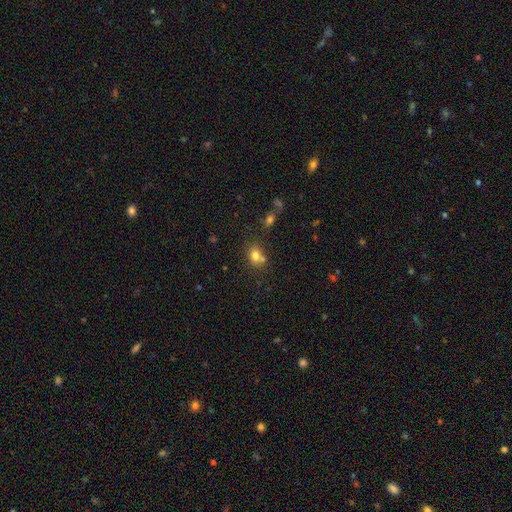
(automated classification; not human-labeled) A smooth galaxy with no disk features (78%) that is round (54%).

Vote fractions:
- Smooth or featured? smooth: 78% / star or artifact: 13% / featured or disk: 9%
- How rounded? round: 54% / in between: 45% / cigar-shaped: 1%
- Merging? none: 54% / merger: 29% / minor disturbance: 13% / major disturbance: 4%